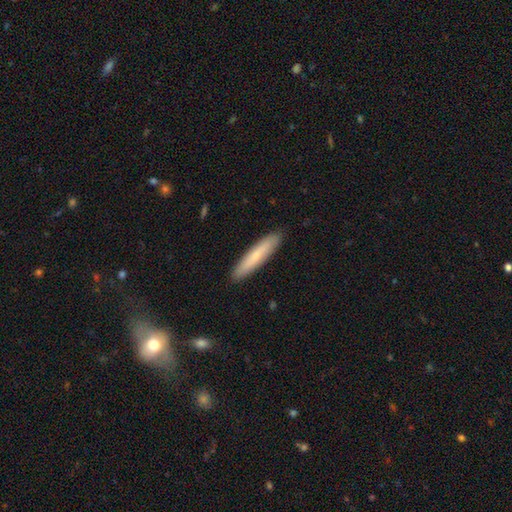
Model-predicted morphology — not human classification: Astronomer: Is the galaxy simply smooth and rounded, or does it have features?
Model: smooth — 67%.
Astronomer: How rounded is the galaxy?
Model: cigar-shaped — 87%.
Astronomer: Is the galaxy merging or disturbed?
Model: none — 90%.